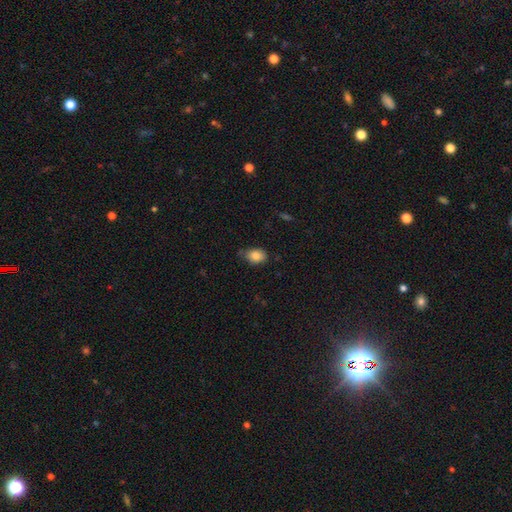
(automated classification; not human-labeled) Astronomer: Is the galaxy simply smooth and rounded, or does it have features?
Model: smooth — 84%.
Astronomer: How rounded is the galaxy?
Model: in between — 77%.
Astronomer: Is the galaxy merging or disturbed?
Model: none — 67%.